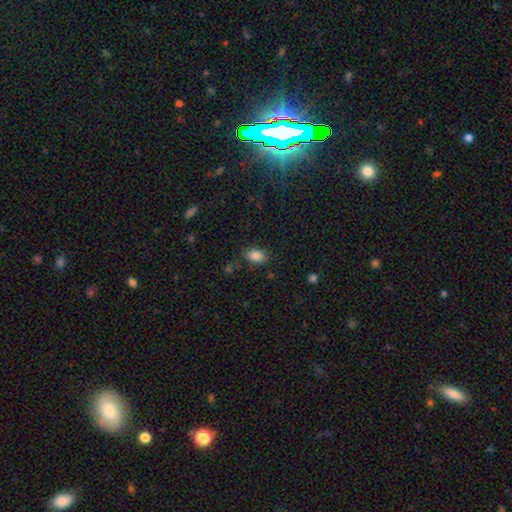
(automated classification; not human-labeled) Smooth or featured: smooth — 85% (star or artifact — 10%)
How rounded: in between — 83% (round — 16%)
Merging: none — 78% (minor disturbance — 15%)